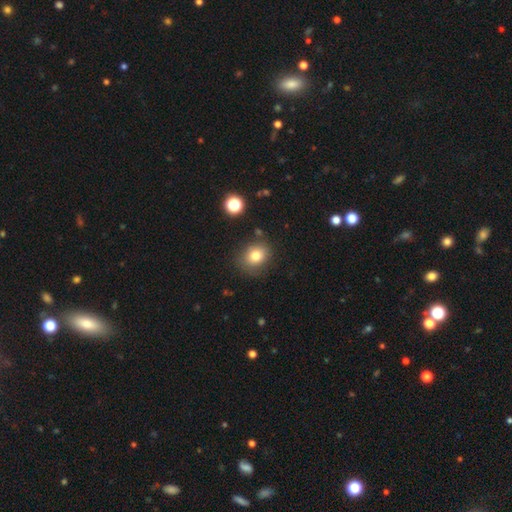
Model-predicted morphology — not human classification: This appears to be a smooth galaxy with no disk features (80%) that is round (65%). Merging: none (79%).